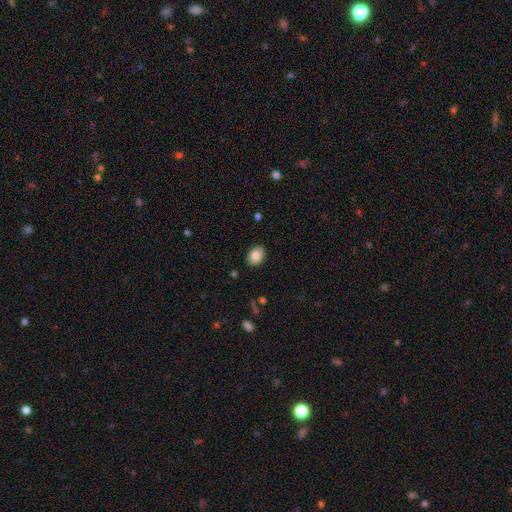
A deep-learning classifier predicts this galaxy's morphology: smooth 85%, star or artifact 8%, featured or disk 7%. Down the decision tree: how rounded — in between (74%); merging — none (87%).